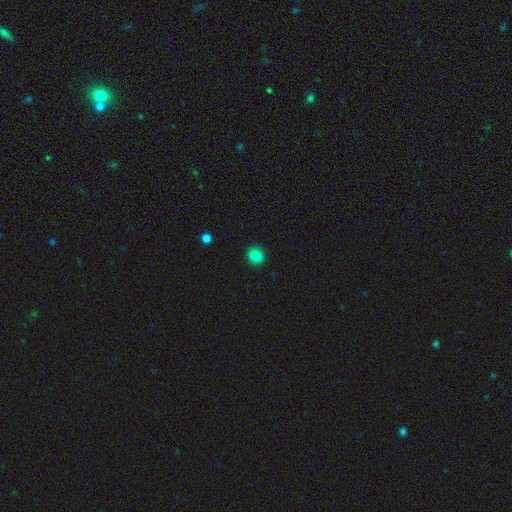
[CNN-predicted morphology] Smooth or featured?
  - smooth: 83% *
  - star or artifact: 11%
  - featured or disk: 6%
How rounded?
  - round: 83% *
  - in between: 16%
  - cigar-shaped: 1%
Merging?
  - none: 92% *
  - minor disturbance: 6%
  - major disturbance: 2%
  - merger: 1%